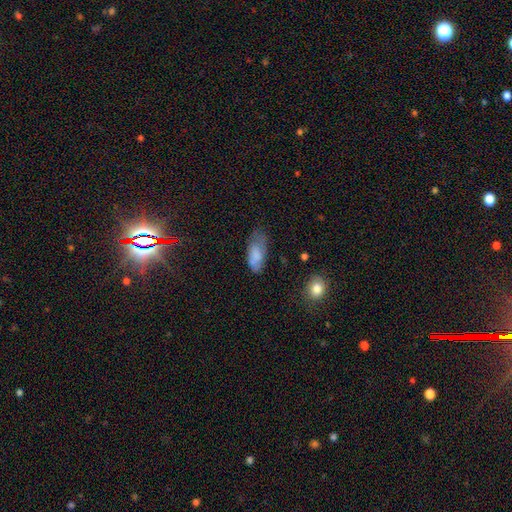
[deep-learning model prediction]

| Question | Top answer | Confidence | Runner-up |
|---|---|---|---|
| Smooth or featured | smooth | 75% | featured or disk (16%) |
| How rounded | in between | 86% | cigar-shaped (12%) |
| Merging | none | 51% | minor disturbance (32%) |